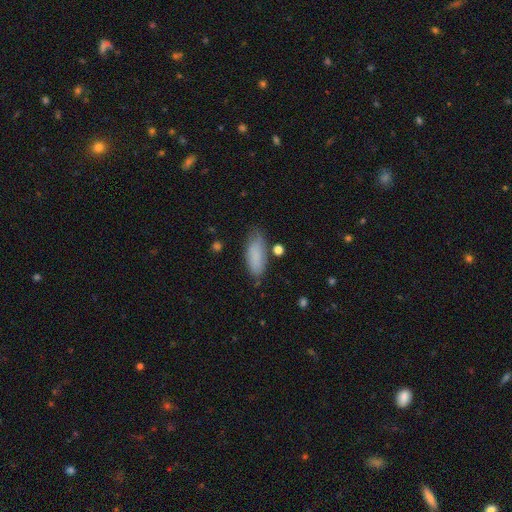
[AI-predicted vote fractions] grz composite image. It shows a smooth galaxy with no disk features (86%) that is in between round and cigar-shaped (74%). Merging: none (73%).